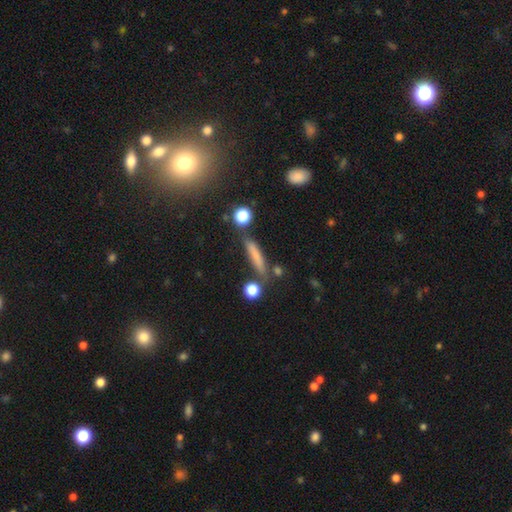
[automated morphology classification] smooth 65%, featured or disk 24%, star or artifact 11%. Down the decision tree: how rounded — cigar-shaped (87%); merging — none (75%).